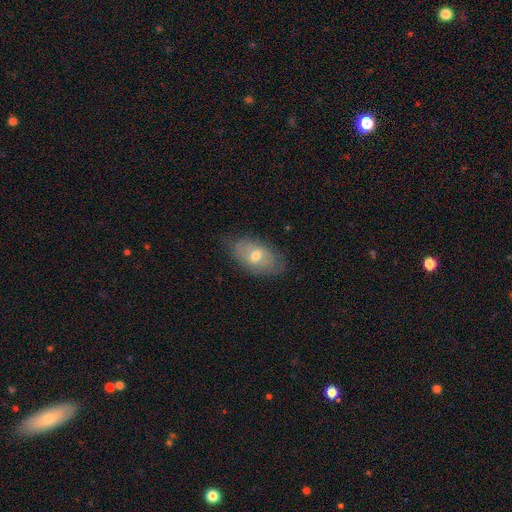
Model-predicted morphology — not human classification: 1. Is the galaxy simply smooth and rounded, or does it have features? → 61% smooth, 32% featured or disk, 7% star or artifact.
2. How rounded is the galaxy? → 91% in between, 7% round, 2% cigar-shaped.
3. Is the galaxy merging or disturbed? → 73% none, 21% minor disturbance, 5% major disturbance, 1% merger.